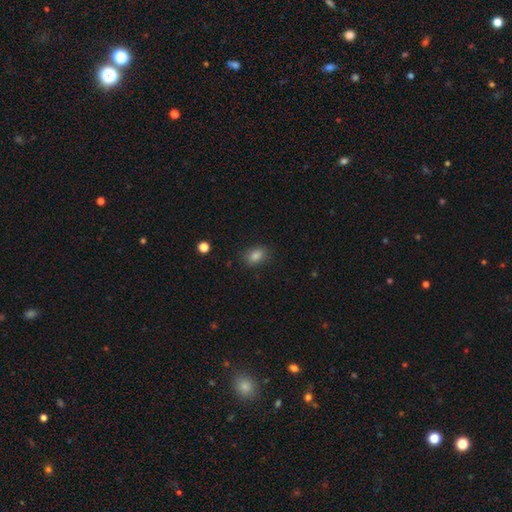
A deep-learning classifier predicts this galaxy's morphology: The model was most divided on "how rounded": in between: 81%, round: 17%, cigar-shaped: 2%. More confident: merging — none (85%); smooth or featured — smooth (83%).